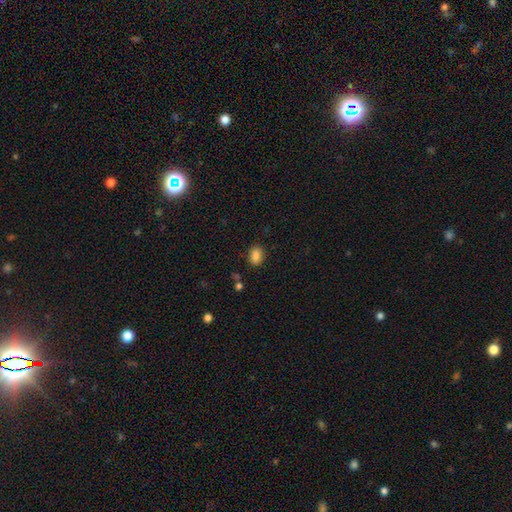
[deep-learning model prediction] smooth 86%, star or artifact 10%, featured or disk 4%. Down the decision tree: how rounded — in between (77%); merging — none (84%).